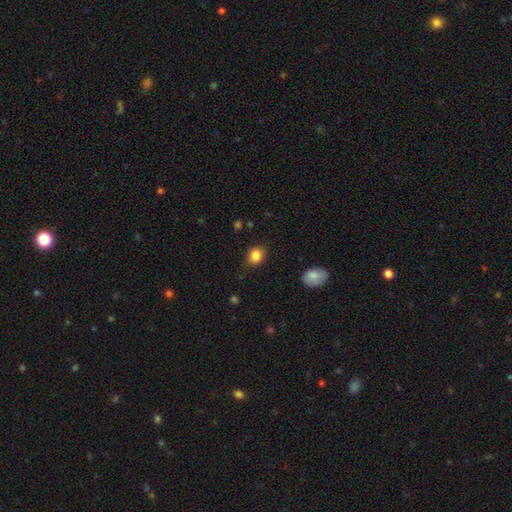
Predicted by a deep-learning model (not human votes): Smooth or featured? smooth (85%)
How rounded? round (58%)
Merging? none (76%)